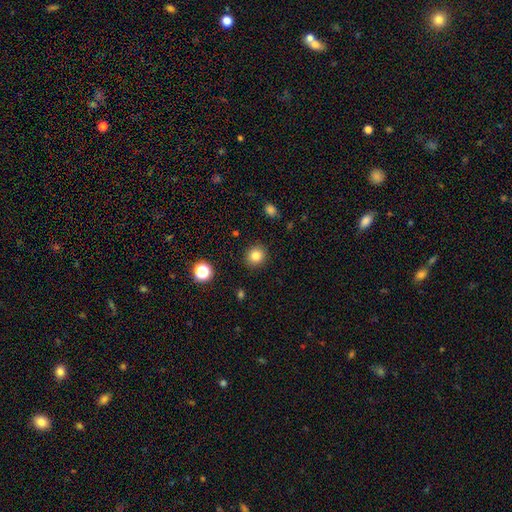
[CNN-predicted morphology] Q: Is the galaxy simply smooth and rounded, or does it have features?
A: smooth — 82%.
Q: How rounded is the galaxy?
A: round — 87%.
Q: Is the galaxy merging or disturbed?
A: none — 90%.